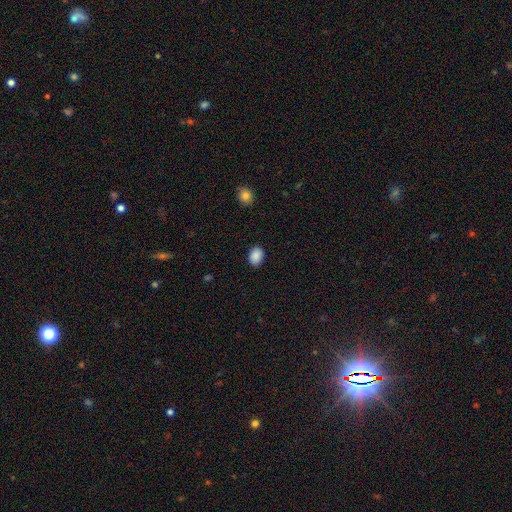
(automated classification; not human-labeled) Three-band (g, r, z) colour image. It shows a smooth galaxy with no disk features (89%) that is in between round and cigar-shaped (72%). Merging: none (88%).